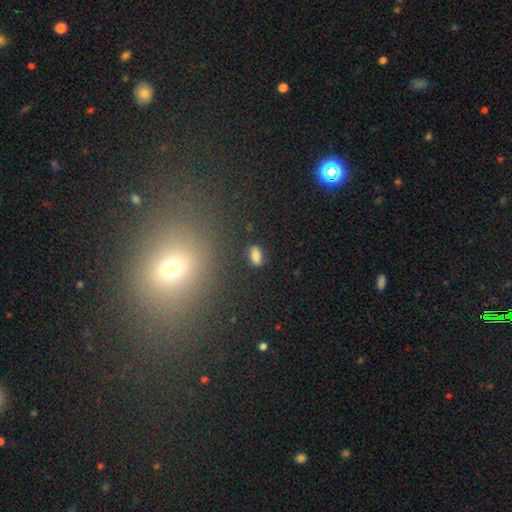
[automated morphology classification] The model was most divided on "smooth or featured": smooth: 81%, star or artifact: 12%, featured or disk: 7%. More confident: how rounded — in between (88%); merging — none (83%).